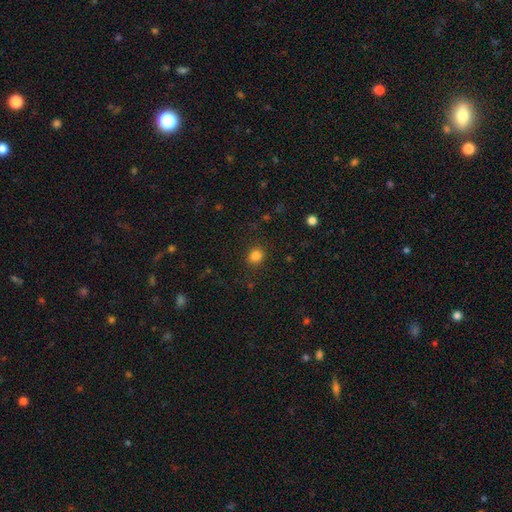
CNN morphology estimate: smooth 84%, star or artifact 12%, featured or disk 4%. Down the decision tree: how rounded — round (74%); merging — none (87%).